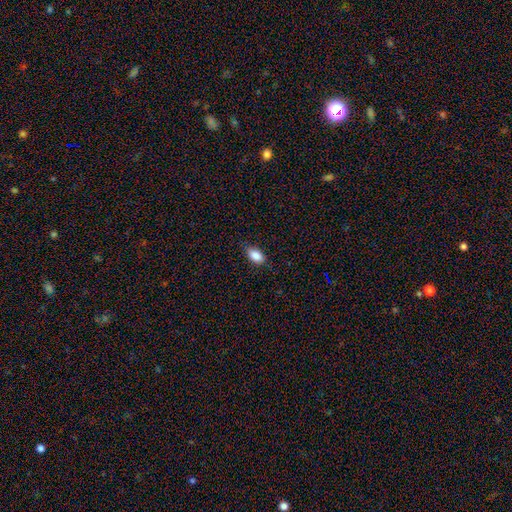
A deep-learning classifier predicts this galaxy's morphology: Smooth or featured? Predicted: smooth (p=0.86). How rounded? Predicted: in between (p=0.91). Merging? Predicted: none (p=0.80).